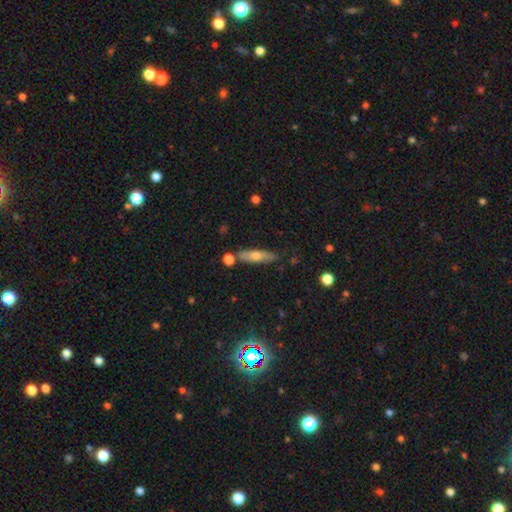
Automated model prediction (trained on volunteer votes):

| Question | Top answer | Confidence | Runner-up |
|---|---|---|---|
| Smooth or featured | smooth | 64% | featured or disk (30%) |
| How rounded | cigar-shaped | 71% | in between (26%) |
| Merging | none | 77% | minor disturbance (13%) |